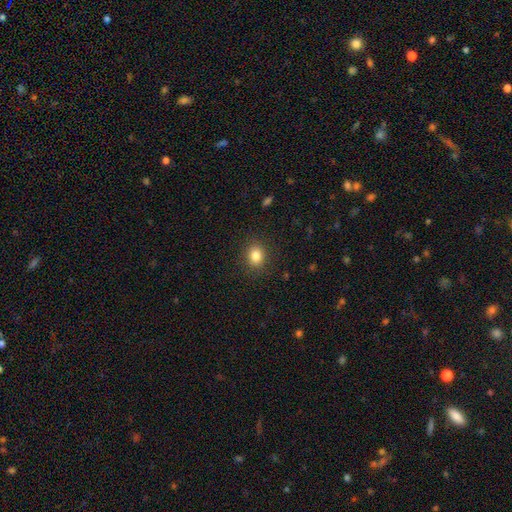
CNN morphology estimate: type=smooth (83%); roundness=round (56%); merging=none (88%).